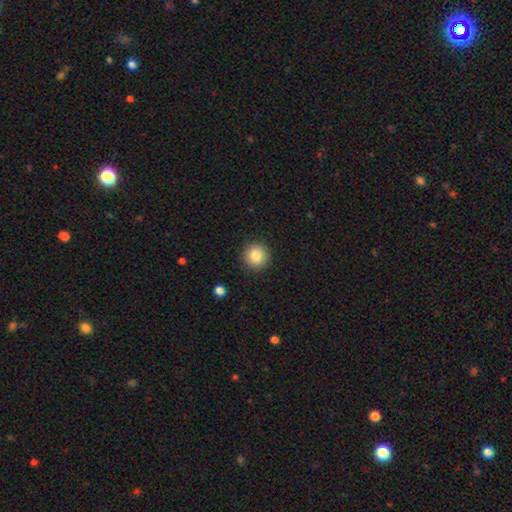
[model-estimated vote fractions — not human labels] A smooth galaxy with no disk features (84%) that is round (94%). Merging: none (91%).